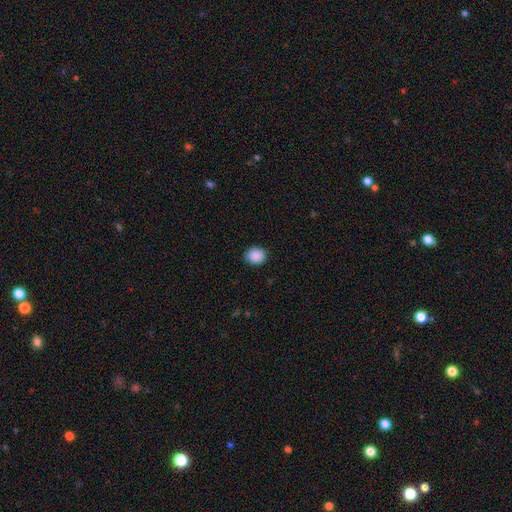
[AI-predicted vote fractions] Smooth or featured: smooth — 90% (star or artifact — 8%)
How rounded: round — 70% (in between — 29%)
Merging: none — 87% (minor disturbance — 9%)